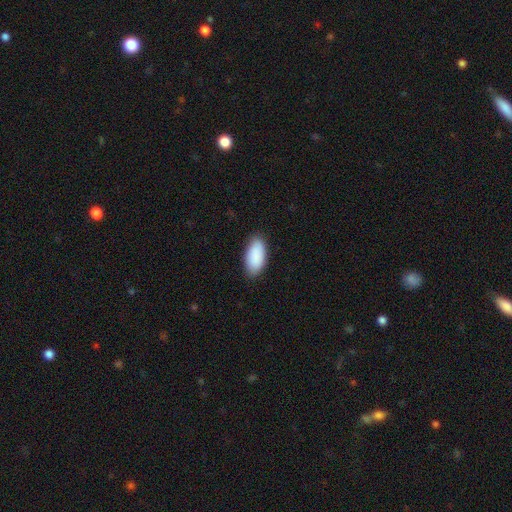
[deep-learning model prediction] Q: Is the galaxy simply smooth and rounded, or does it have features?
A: smooth — 90%.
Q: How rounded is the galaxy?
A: in between — 94%.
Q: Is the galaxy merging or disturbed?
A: none — 85%.